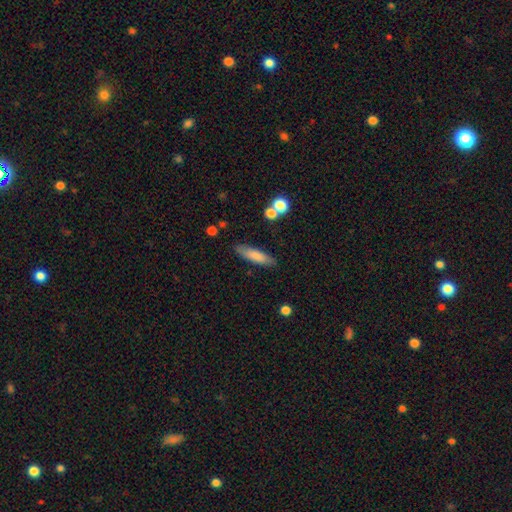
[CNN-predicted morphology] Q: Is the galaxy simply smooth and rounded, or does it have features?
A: smooth — 79%.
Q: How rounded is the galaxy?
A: cigar-shaped — 70%.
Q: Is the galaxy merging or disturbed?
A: none — 84%.